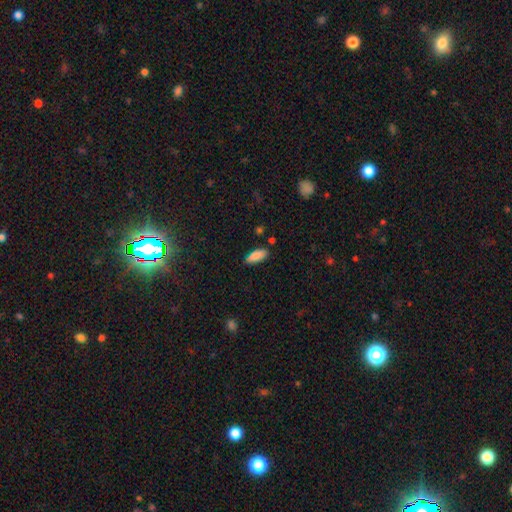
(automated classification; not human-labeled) Morphology: type=smooth (87%); roundness=in between (79%); merging=none (80%).